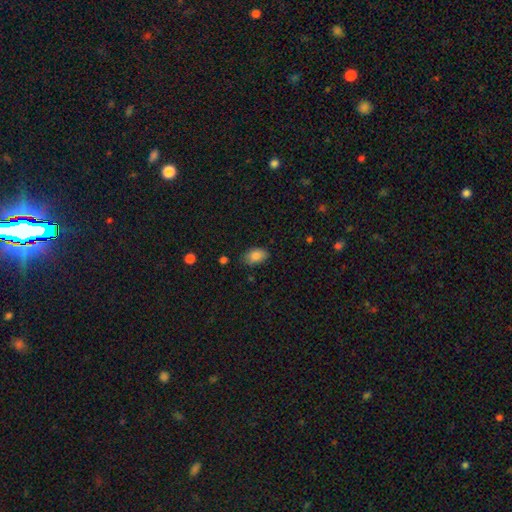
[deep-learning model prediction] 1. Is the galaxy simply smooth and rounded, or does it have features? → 85% smooth, 8% star or artifact, 7% featured or disk.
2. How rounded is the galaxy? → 89% in between, 10% round, 1% cigar-shaped.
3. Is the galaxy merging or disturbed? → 78% none, 17% minor disturbance, 3% major disturbance, 2% merger.